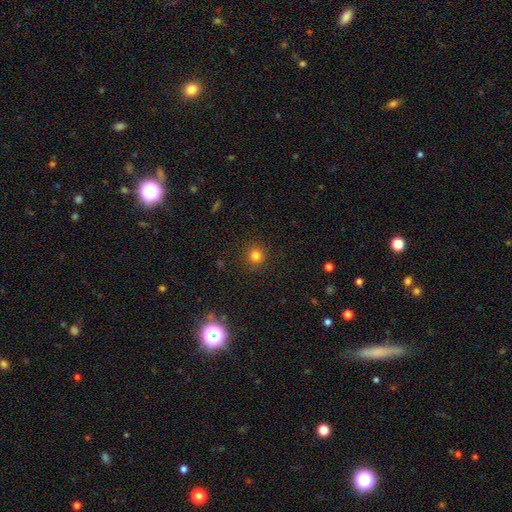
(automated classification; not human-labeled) Smooth or featured?
  - smooth: 81% *
  - star or artifact: 14%
  - featured or disk: 5%
How rounded?
  - round: 92% *
  - in between: 7%
  - cigar-shaped: 1%
Merging?
  - none: 91% *
  - minor disturbance: 6%
  - major disturbance: 2%
  - merger: 1%